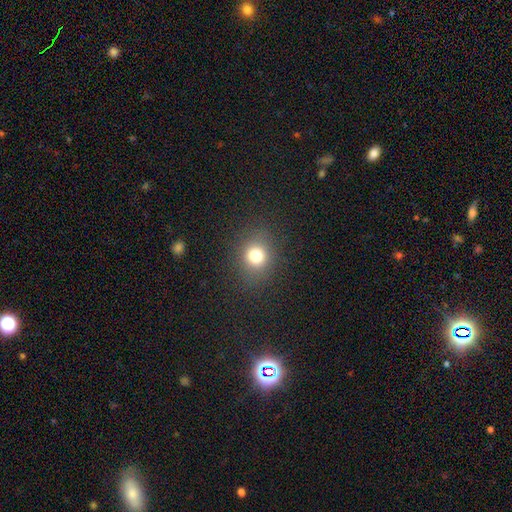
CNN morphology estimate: Smooth or featured? Predicted: smooth (p=0.78). How rounded? Predicted: round (p=0.73). Merging? Predicted: none (p=0.86).